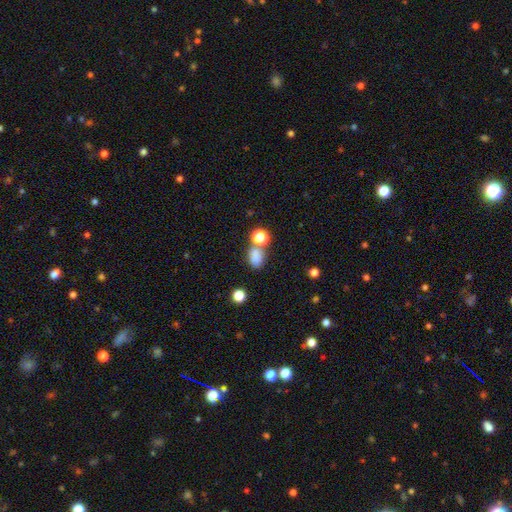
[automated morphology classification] A smooth galaxy with no disk features (80%) that is in between round and cigar-shaped (71%). Merging: none (53%).